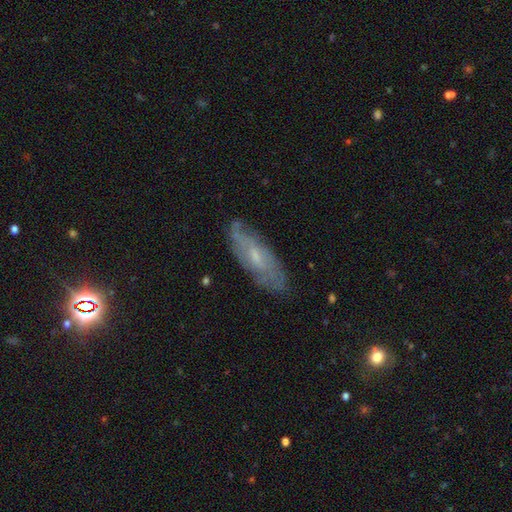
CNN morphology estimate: A featured or disk galaxy (62%).

Vote fractions:
- Smooth or featured? featured or disk: 62% / smooth: 30% / star or artifact: 8%
- Edge-on disk? no: 78% / yes: 22%
- Merging? none: 75% / minor disturbance: 19% / major disturbance: 5% / merger: 1%